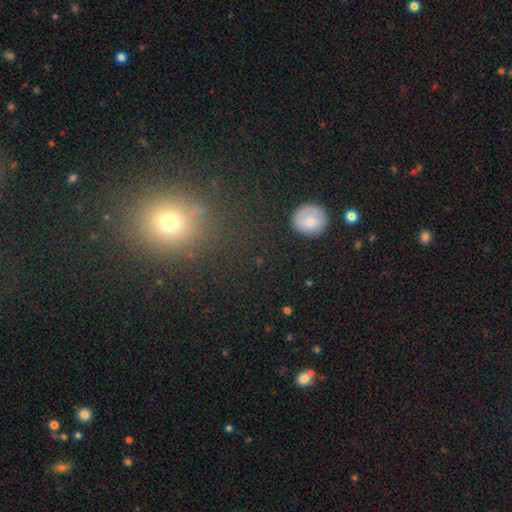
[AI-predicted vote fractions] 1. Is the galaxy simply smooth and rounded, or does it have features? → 52% smooth, 39% star or artifact, 9% featured or disk.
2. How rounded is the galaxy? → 76% round, 22% in between, 2% cigar-shaped.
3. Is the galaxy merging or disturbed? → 85% none, 8% minor disturbance, 4% major disturbance, 3% merger.